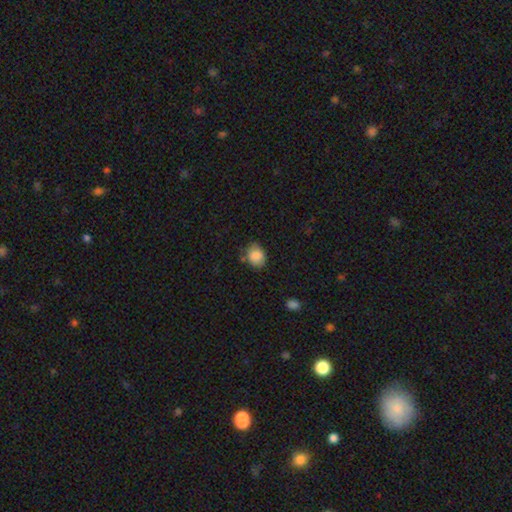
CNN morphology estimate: Smooth or featured? smooth (87%)
How rounded? round (51%)
Merging? none (71%)